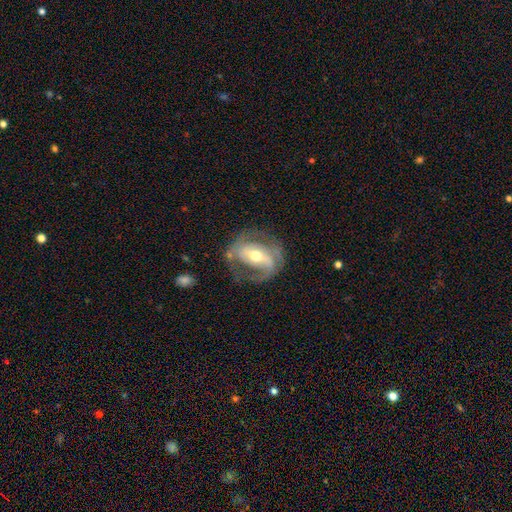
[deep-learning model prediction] Q: Smooth or featured?
A: featured or disk (80%); runner-up: smooth (14%)
Q: Edge-on disk?
A: no (95%); runner-up: yes (5%)
Q: Bar?
A: strong (44%); runner-up: weak (34%)
Q: Spiral arms?
A: yes (83%); runner-up: no (17%)
Q: Spiral winding?
A: medium (46%); runner-up: tight (33%)
Q: Spiral arm count?
A: 2 (72%); runner-up: can't tell (12%)
Q: Bulge size?
A: moderate (68%); runner-up: small (24%)
Q: Merging?
A: none (63%); runner-up: minor disturbance (19%)